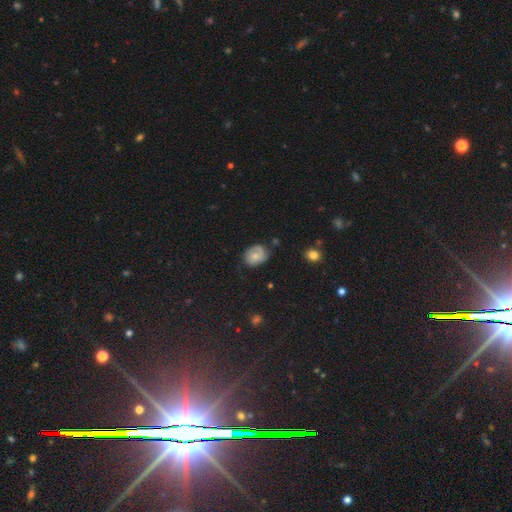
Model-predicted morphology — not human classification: A smooth galaxy with no disk features (55%) that is in between round and cigar-shaped (50%).

Vote fractions:
- Smooth or featured? smooth: 55% / featured or disk: 34% / star or artifact: 11%
- How rounded? in between: 50% / round: 49% / cigar-shaped: 1%
- Merging? none: 59% / minor disturbance: 29% / major disturbance: 10% / merger: 3%